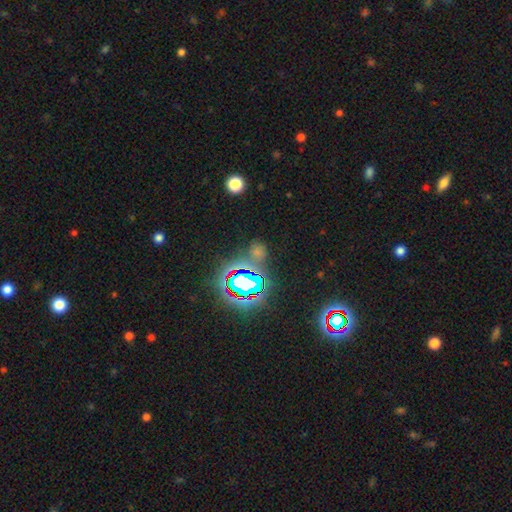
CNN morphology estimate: Smooth or featured: star or artifact — 57% (smooth — 33%)